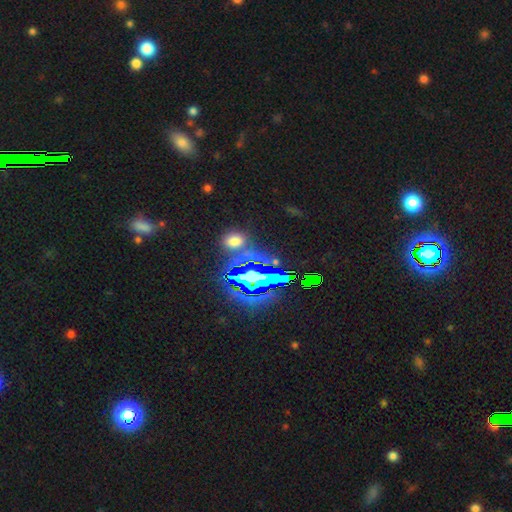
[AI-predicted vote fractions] smooth-or-featured: star or artifact: 81% | smooth: 11% | featured or disk: 8%